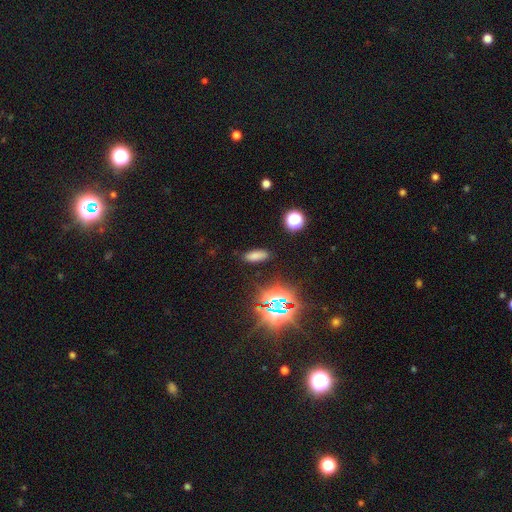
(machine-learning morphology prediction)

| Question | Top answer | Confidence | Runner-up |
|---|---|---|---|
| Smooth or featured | smooth | 69% | star or artifact (23%) |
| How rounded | in between | 72% | cigar-shaped (24%) |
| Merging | none | 85% | minor disturbance (10%) |